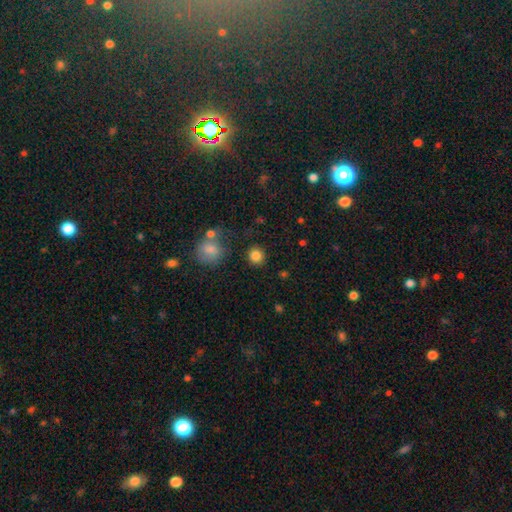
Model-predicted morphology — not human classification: A smooth galaxy with no disk features (84%) that is round (90%). Merging: none (86%).